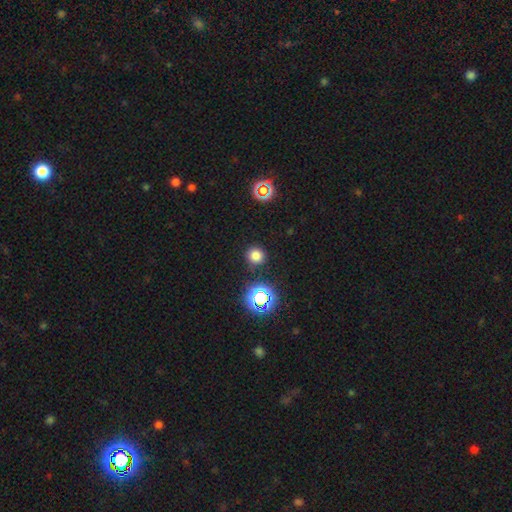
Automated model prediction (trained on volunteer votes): This appears to be a smooth galaxy with no disk features (73%) that is round (93%). Merging: none (89%).